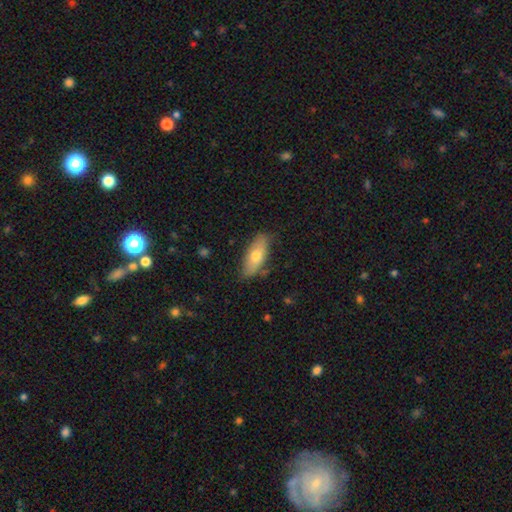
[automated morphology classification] Smooth or featured?
  - smooth: 64% *
  - featured or disk: 30%
  - star or artifact: 6%
How rounded?
  - in between: 74% *
  - cigar-shaped: 23%
  - round: 3%
Merging?
  - none: 79% *
  - minor disturbance: 16%
  - major disturbance: 3%
  - merger: 2%